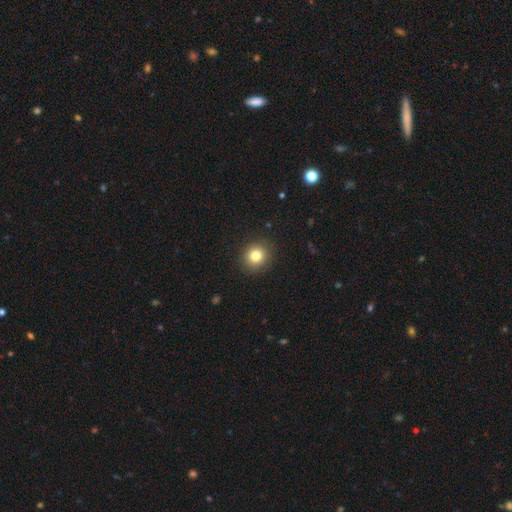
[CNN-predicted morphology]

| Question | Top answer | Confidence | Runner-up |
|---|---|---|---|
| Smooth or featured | smooth | 81% | star or artifact (12%) |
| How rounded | round | 87% | in between (12%) |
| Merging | none | 91% | minor disturbance (6%) |